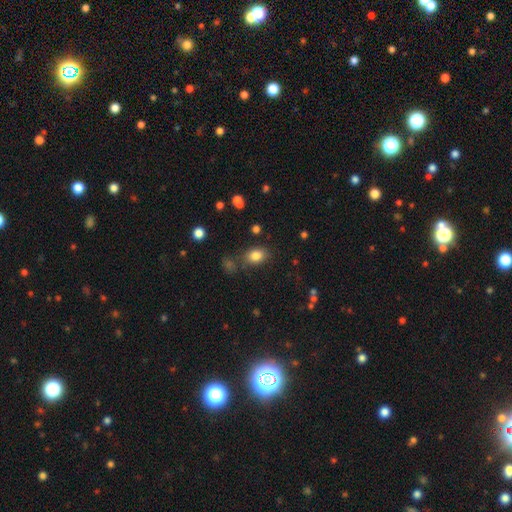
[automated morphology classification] Smooth or featured: smooth — 82% (star or artifact — 11%)
How rounded: in between — 78% (round — 21%)
Merging: none — 76% (minor disturbance — 13%)